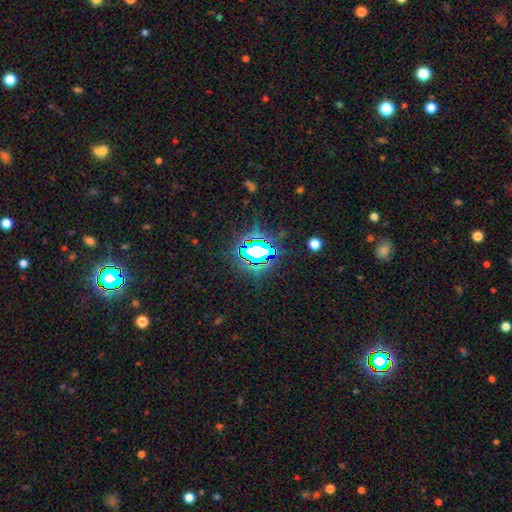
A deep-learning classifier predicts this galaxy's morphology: Smooth or featured? Predicted: star or artifact (p=0.81).